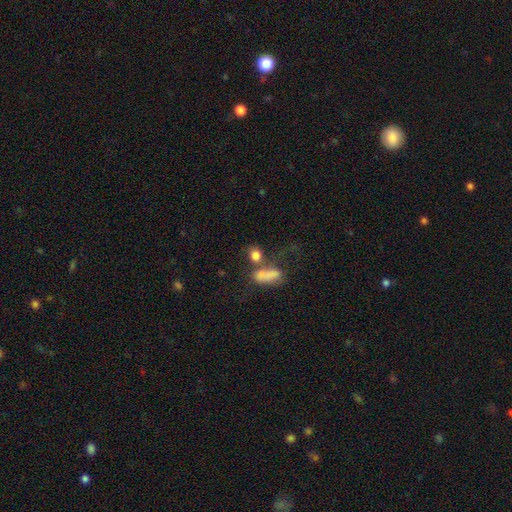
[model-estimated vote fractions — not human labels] Smooth or featured? smooth (78%)
How rounded? round (52%)
Merging? merger (40%)